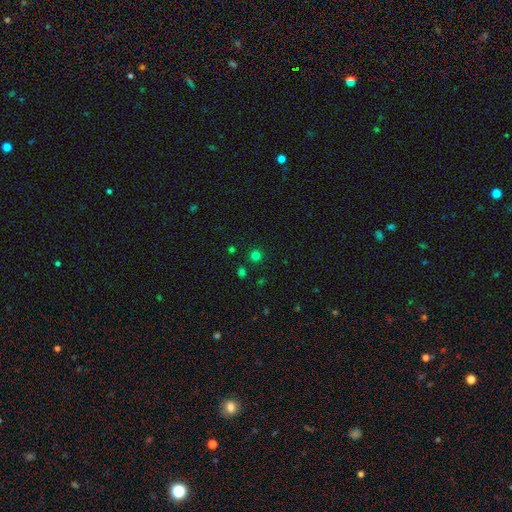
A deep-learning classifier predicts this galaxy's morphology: Smooth or featured? smooth (75%)
How rounded? round (93%)
Merging? none (88%)